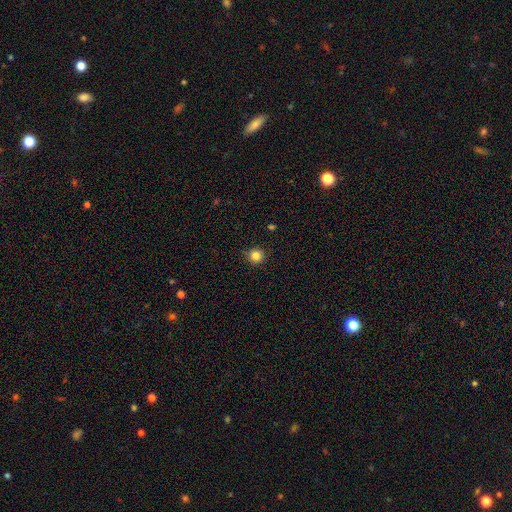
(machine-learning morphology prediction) Smooth or featured? smooth (84%)
How rounded? round (94%)
Merging? none (89%)